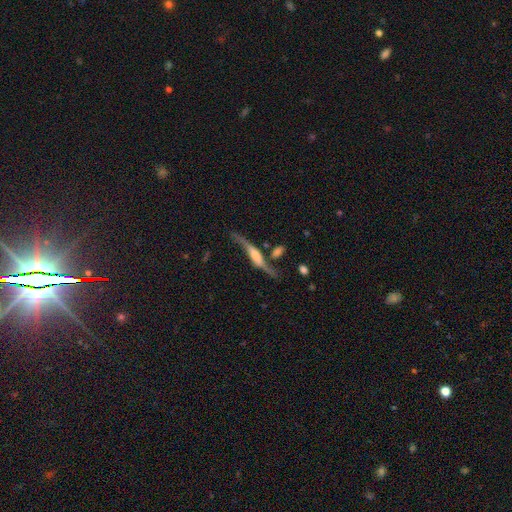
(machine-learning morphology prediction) The model was most divided on "edge-on disk": yes: 60%, no: 40%. More confident: smooth or featured — featured or disk (75%); merging — none (51%).